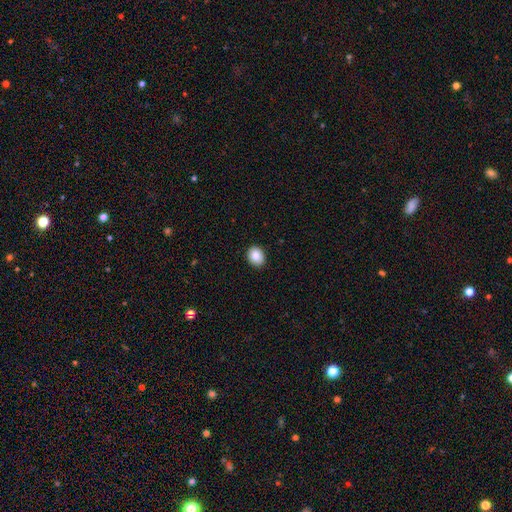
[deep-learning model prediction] smooth 86%, star or artifact 8%, featured or disk 6%. Down the decision tree: how rounded — in between (52%); merging — none (90%).